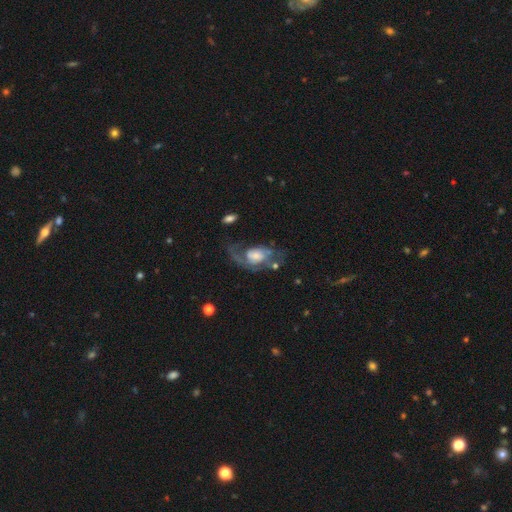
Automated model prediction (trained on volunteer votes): Smooth or featured? Predicted: featured or disk (p=0.74). Edge-on disk? Predicted: no (p=0.96). Bar? Predicted: no (p=0.67). Spiral arms? Predicted: yes (p=0.85). Spiral winding? Predicted: medium (p=0.44). Spiral arm count? Predicted: 2 (p=0.56). Bulge size? Predicted: small (p=0.33). Merging? Predicted: none (p=0.41).